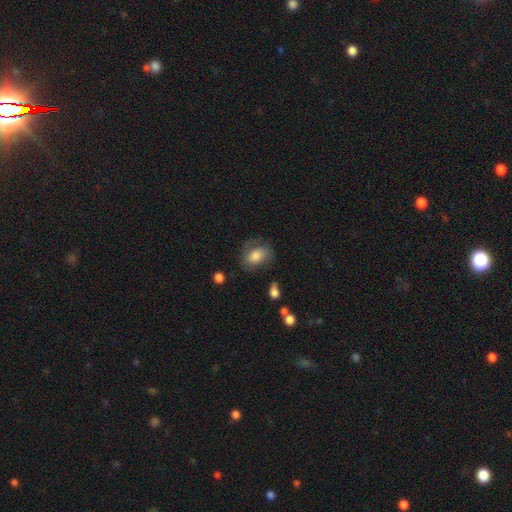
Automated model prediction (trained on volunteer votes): smooth 62%, featured or disk 29%, star or artifact 9%. Down the decision tree: how rounded — in between (69%); merging — none (59%).